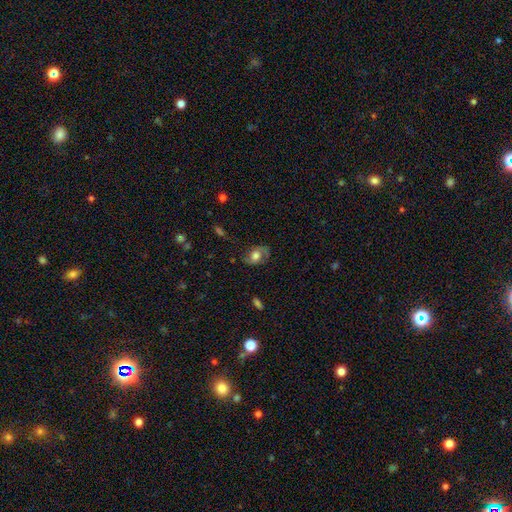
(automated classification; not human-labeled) Q: Smooth or featured?
A: smooth (46%); runner-up: featured or disk (45%)
Q: Merging?
A: none (67%); runner-up: minor disturbance (22%)